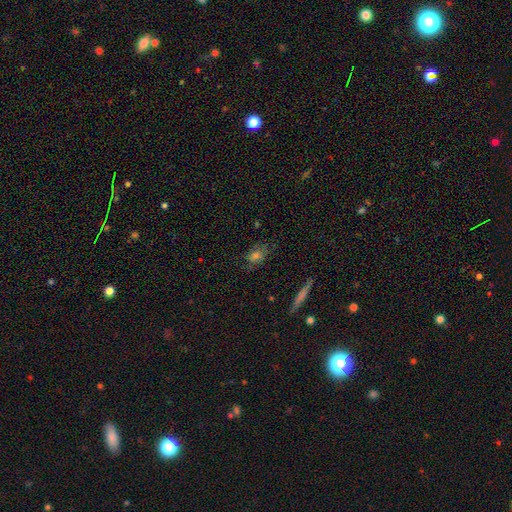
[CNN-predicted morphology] This appears to be a smooth galaxy with no disk features (56%) that is in between round and cigar-shaped (70%). Merging: none (71%).